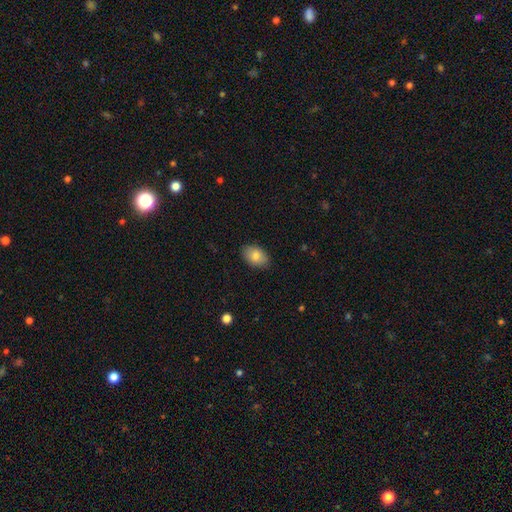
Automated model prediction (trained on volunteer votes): A smooth galaxy with no disk features (81%) that is in between round and cigar-shaped (88%). Merging: none (87%).